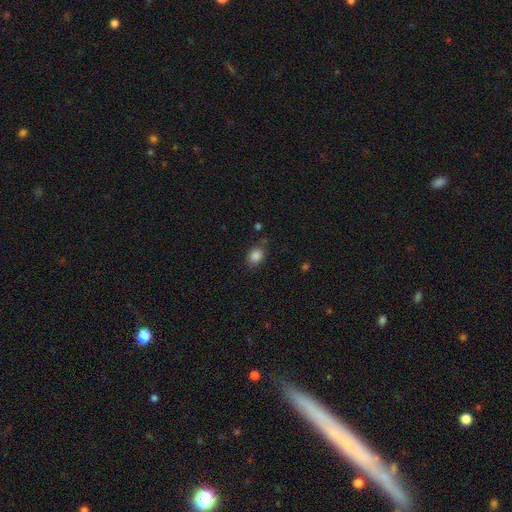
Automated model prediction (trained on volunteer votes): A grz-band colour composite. It shows a smooth galaxy with no disk features (86%) that is in between round and cigar-shaped (61%). Merging: none (78%).